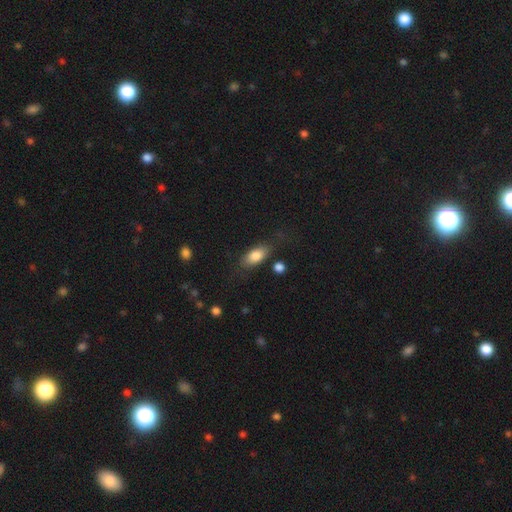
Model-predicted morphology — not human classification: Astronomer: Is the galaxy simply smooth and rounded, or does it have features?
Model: smooth — 81%.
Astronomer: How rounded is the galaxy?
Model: in between — 86%.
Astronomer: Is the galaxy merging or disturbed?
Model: none — 71%.